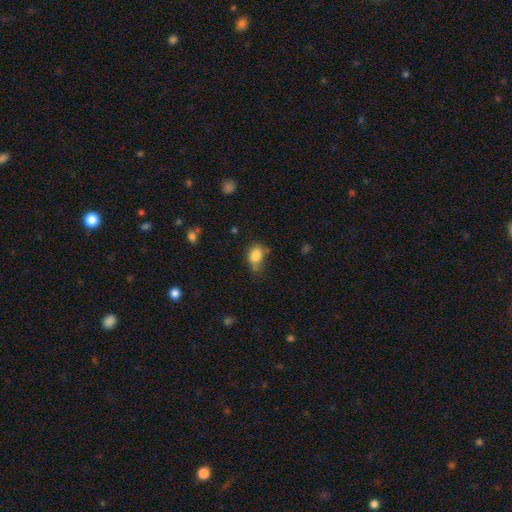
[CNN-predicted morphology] The model was most divided on "merging": none: 54%, minor disturbance: 29%, major disturbance: 9%, merger: 8%. More confident: smooth or featured — smooth (82%); how rounded — in between (72%).